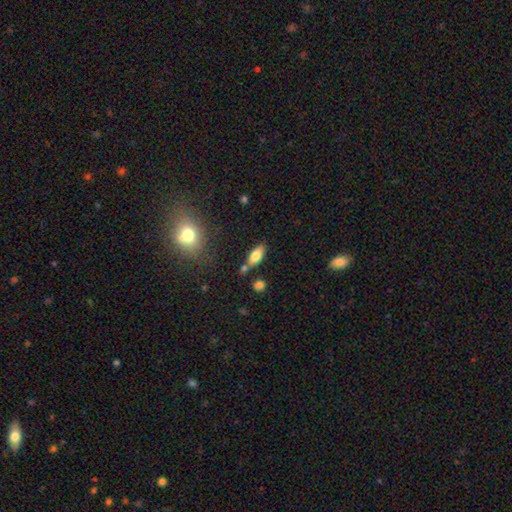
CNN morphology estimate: Smooth or featured: smooth — 75% (featured or disk — 17%)
How rounded: in between — 80% (cigar-shaped — 17%)
Merging: none — 74% (minor disturbance — 14%)